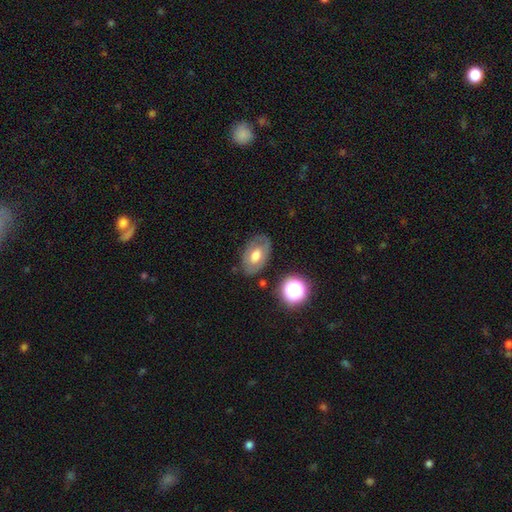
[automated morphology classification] Smooth or featured? smooth (52%)
How rounded? in between (86%)
Merging? none (76%)